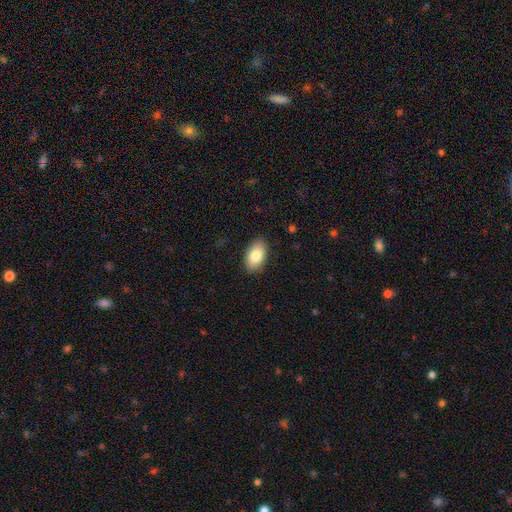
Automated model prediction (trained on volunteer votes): Morphology: type=smooth (83%); roundness=in between (93%); merging=none (88%).